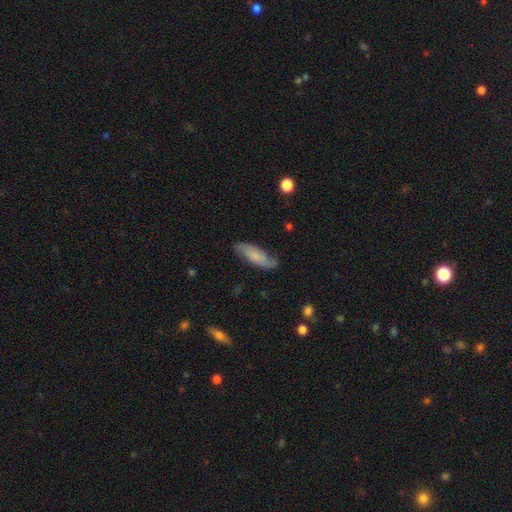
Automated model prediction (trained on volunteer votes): smooth 51%, featured or disk 42%, star or artifact 7%. Down the decision tree: how rounded — in between (54%); merging — none (73%).